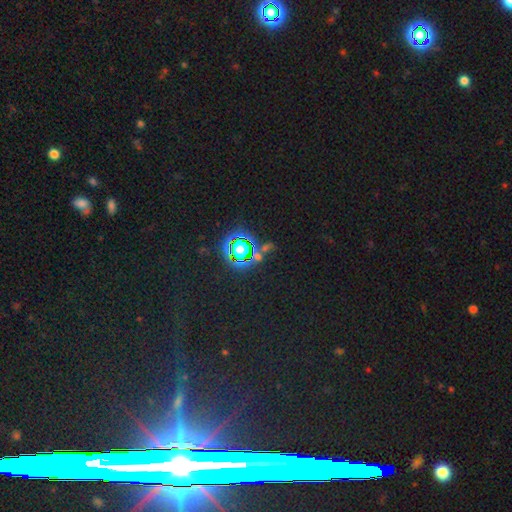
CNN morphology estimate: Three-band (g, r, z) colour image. It shows a star or artifact, not a galaxy (72%).